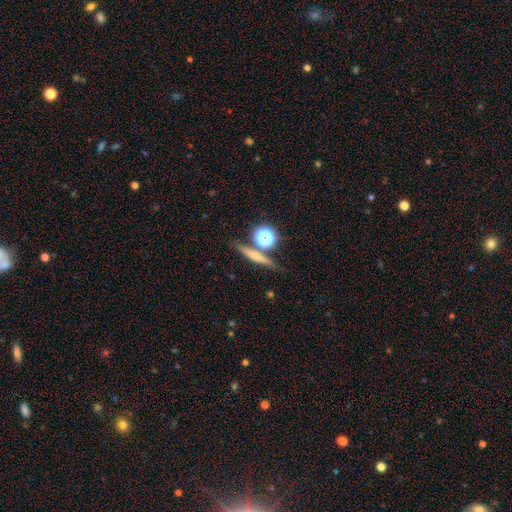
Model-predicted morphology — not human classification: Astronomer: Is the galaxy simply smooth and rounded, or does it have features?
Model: smooth — 49% (runner-up: featured or disk, 36%).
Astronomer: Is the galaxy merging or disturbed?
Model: none — 76%.